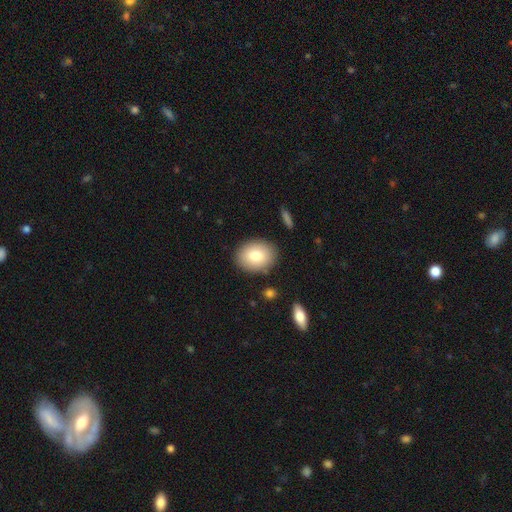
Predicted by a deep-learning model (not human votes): smooth 80%, featured or disk 13%, star or artifact 7%. Down the decision tree: how rounded — in between (63%); merging — none (87%).